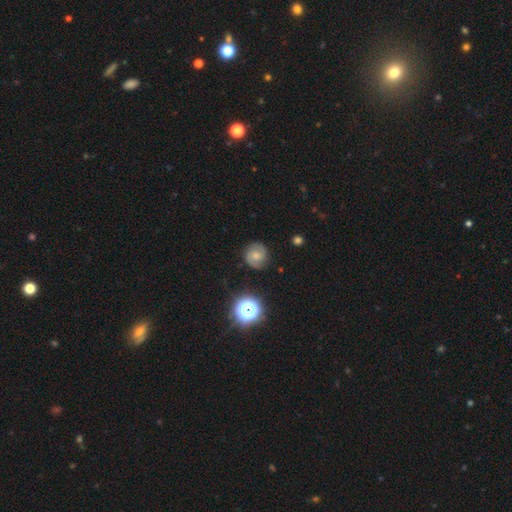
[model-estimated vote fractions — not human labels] Smooth or featured: smooth — 44% (featured or disk — 43%)
Merging: none — 82% (minor disturbance — 13%)